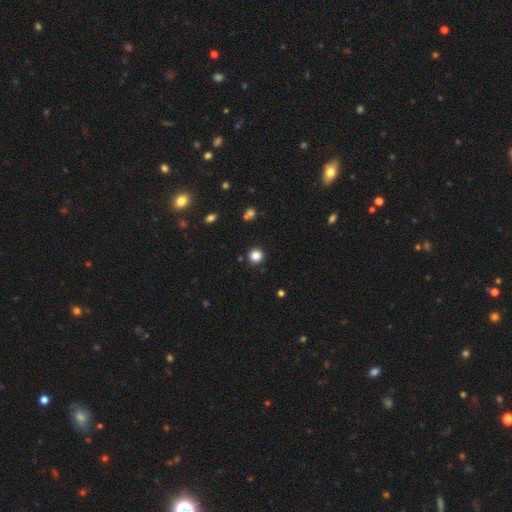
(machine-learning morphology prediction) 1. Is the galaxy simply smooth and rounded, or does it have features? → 84% smooth, 12% star or artifact, 3% featured or disk.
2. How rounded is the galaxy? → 93% round, 6% in between, 1% cigar-shaped.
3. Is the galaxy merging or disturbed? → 90% none, 6% minor disturbance, 2% merger, 2% major disturbance.